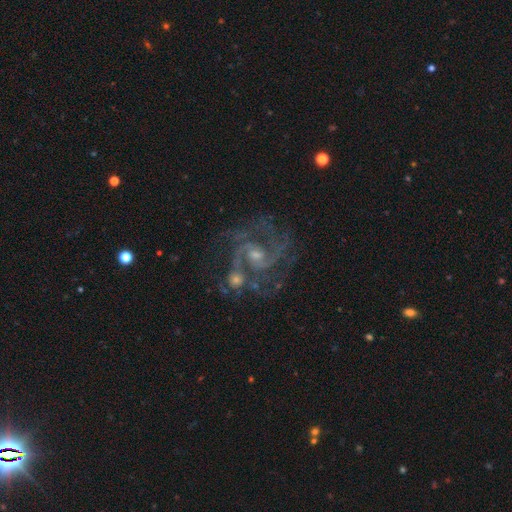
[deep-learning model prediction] smooth_or_featured: featured or disk (p=0.82) [alt: star or artifact p=0.12]
disk_edge_on: no (p=0.97) [alt: yes p=0.03]
bar: weak (p=0.46) [alt: no p=0.39]
has_spiral_arms: yes (p=0.94) [alt: no p=0.06]
spiral_winding: medium (p=0.48) [alt: tight p=0.36]
spiral_arm_count: 2 (p=0.39) [alt: 3 p=0.21]
bulge_size: small (p=0.60) [alt: moderate p=0.32]
merging: none (p=0.59) [alt: merger p=0.16]